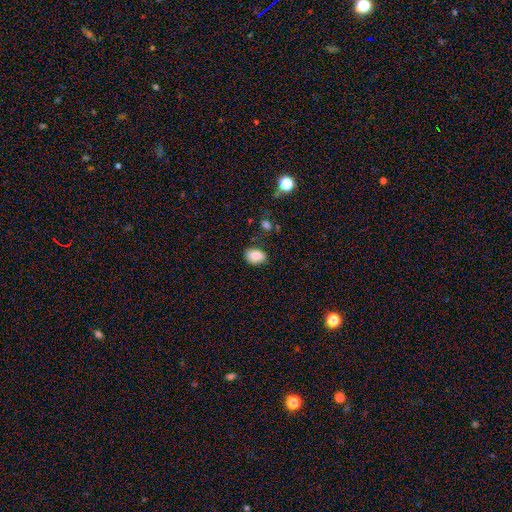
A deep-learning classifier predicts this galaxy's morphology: smooth 85%, star or artifact 9%, featured or disk 6%. Down the decision tree: how rounded — in between (79%); merging — none (79%).